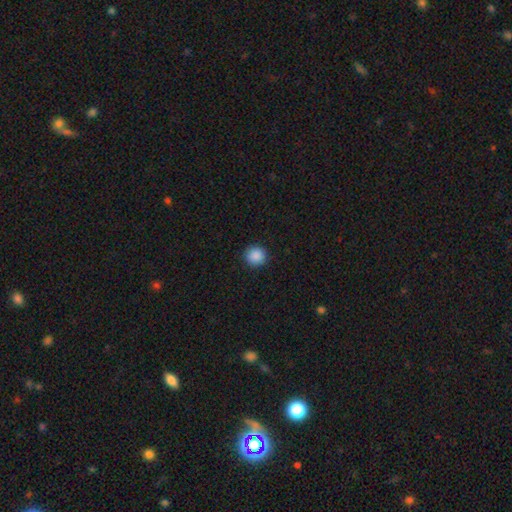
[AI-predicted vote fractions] Smooth or featured? Predicted: smooth (p=0.89). How rounded? Predicted: round (p=0.94). Merging? Predicted: none (p=0.92).